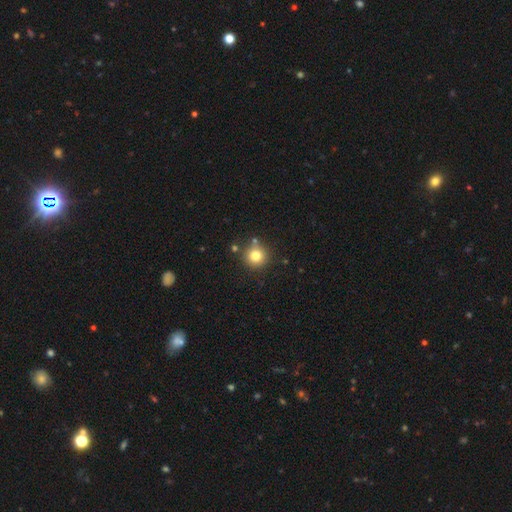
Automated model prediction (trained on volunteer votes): Smooth or featured: smooth — 80% (star or artifact — 12%)
How rounded: round — 94% (in between — 5%)
Merging: none — 82% (minor disturbance — 8%)